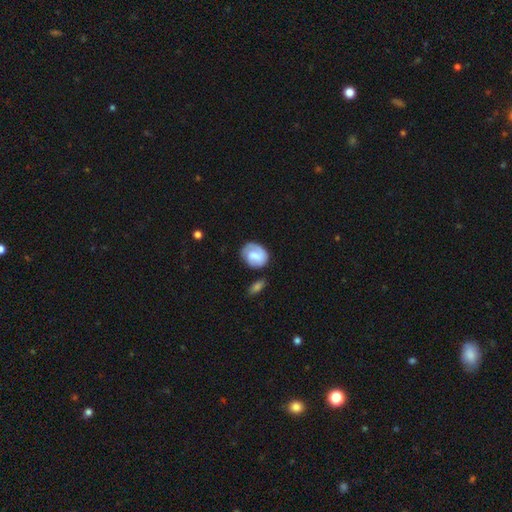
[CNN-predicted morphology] This is possibly a smooth galaxy (50%). Merging: likely none (62%).